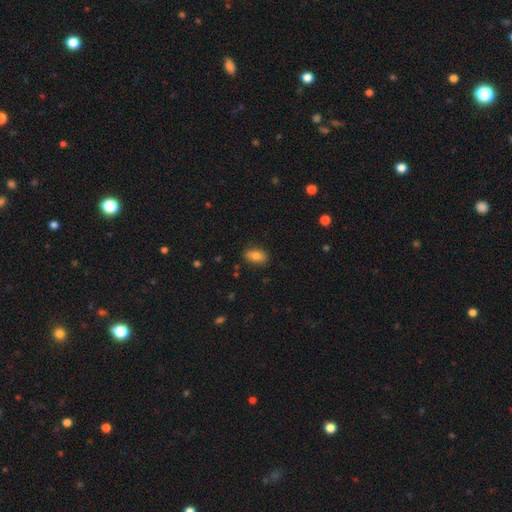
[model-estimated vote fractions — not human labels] Smooth or featured? smooth (80%)
How rounded? in between (88%)
Merging? none (85%)